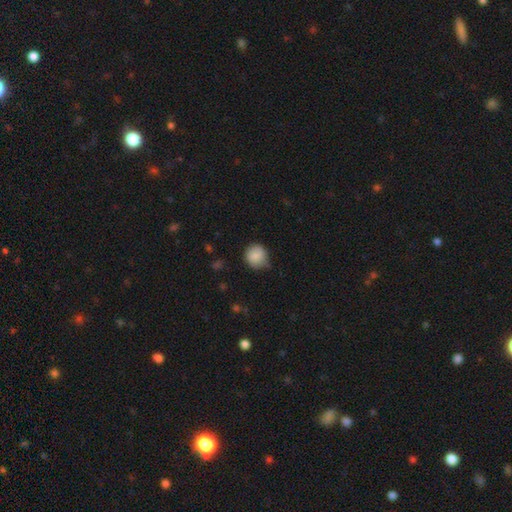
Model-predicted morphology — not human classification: Overall: smooth (85%). How rounded: round (87%). Merging: none (66%; minor disturbance 27%).